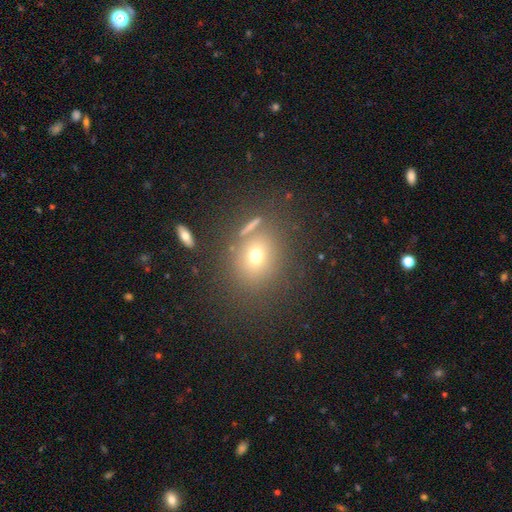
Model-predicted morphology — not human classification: Overall: smooth (66%). How rounded: round (71%). Merging: none (74%).